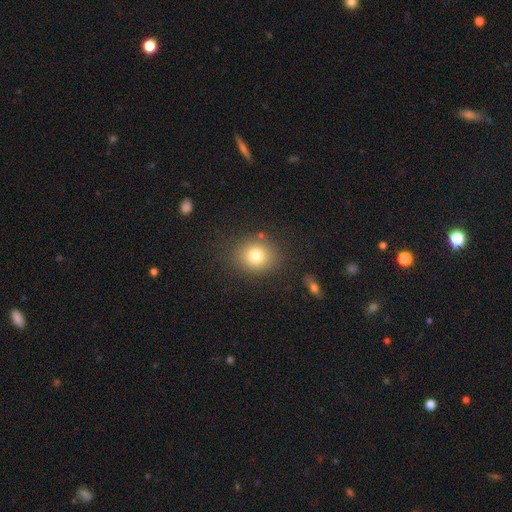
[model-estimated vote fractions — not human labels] Morphology: type=smooth (77%); roundness=round (75%); merging=none (84%).